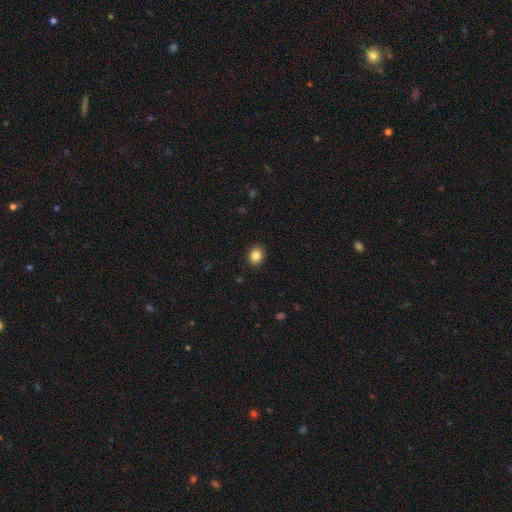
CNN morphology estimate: Overall: smooth (85%). How rounded: round (62%; in between 37%). Merging: none (91%).